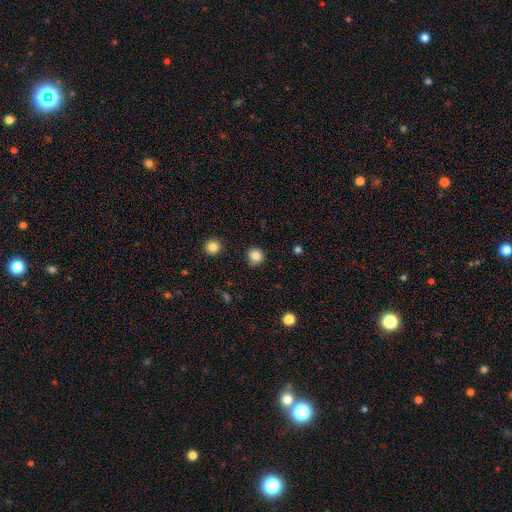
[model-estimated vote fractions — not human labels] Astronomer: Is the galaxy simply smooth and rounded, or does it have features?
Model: smooth — 84%.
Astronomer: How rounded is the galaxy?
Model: round — 92%.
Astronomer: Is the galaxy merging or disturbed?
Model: none — 84%.